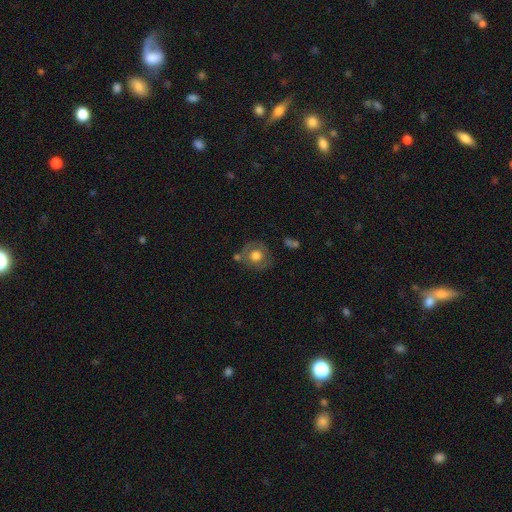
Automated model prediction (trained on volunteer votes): Morphology: type=smooth (60%); roundness=round (81%); merging=none (65%).